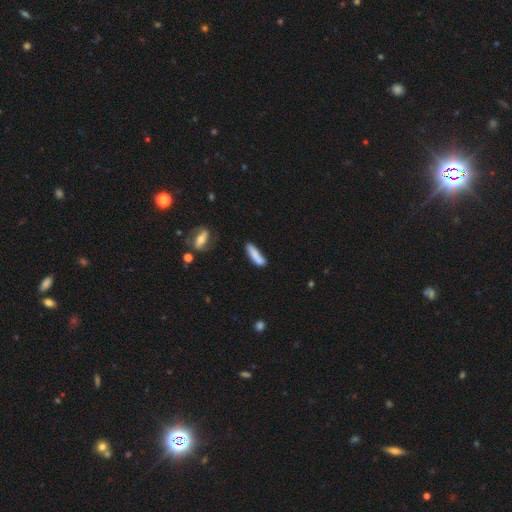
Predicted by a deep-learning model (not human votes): Morphology: type=smooth (79%); roundness=cigar-shaped (73%); merging=none (65%).